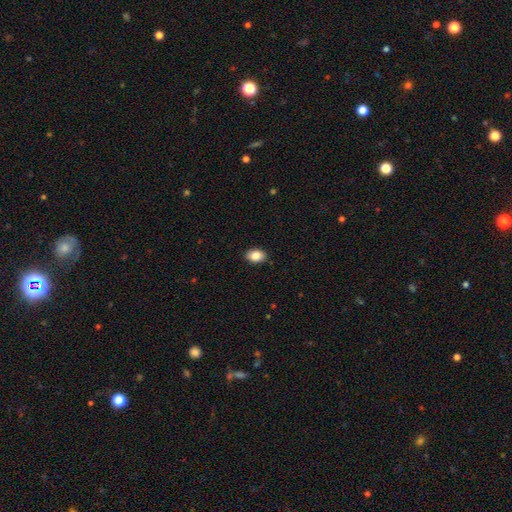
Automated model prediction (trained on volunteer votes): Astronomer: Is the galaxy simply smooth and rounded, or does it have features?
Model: smooth — 86%.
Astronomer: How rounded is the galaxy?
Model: in between — 84%.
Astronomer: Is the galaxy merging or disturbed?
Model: none — 90%.